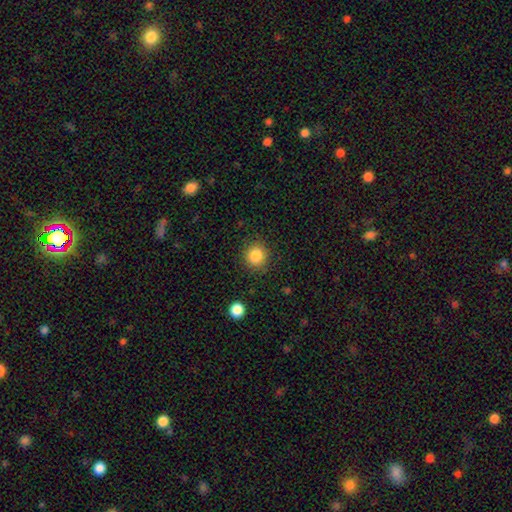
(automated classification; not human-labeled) A smooth galaxy with no disk features (85%) that is round (90%).

Vote fractions:
- Smooth or featured? smooth: 85% / star or artifact: 11% / featured or disk: 5%
- How rounded? round: 90% / in between: 9% / cigar-shaped: 1%
- Merging? none: 87% / minor disturbance: 8% / major disturbance: 3% / merger: 2%